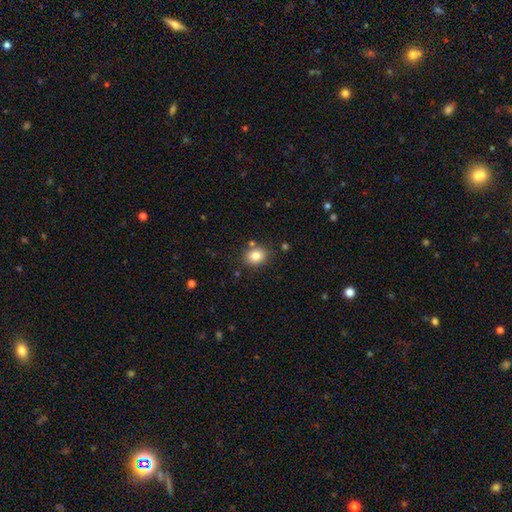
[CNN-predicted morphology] The model was most divided on "how rounded": round: 51%, in between: 48%, cigar-shaped: 1%. More confident: smooth or featured — smooth (83%); merging — none (81%).